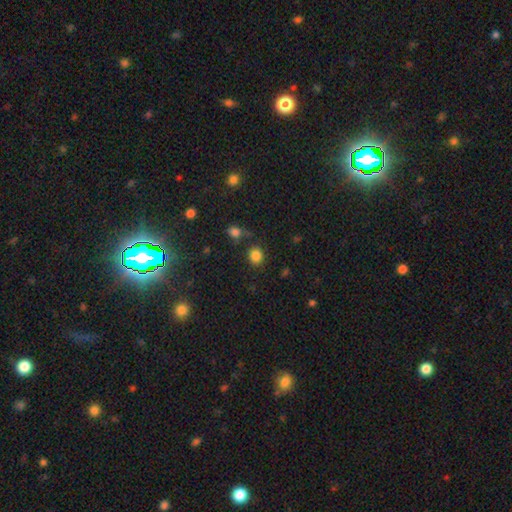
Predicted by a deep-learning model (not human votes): Overall: smooth (83%). How rounded: round (76%). Merging: none (79%).